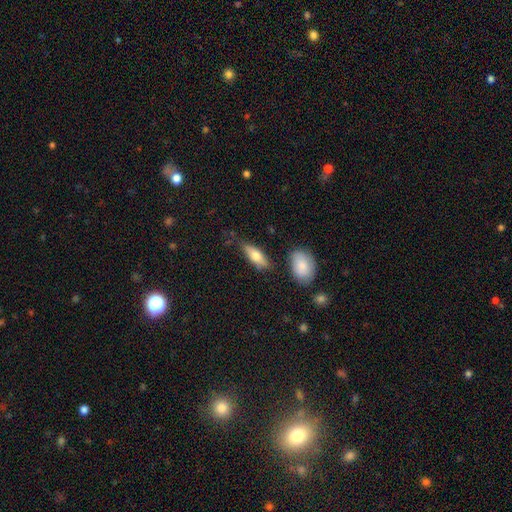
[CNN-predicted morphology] The model was most divided on "how rounded": in between: 66%, cigar-shaped: 31%, round: 3%. More confident: smooth or featured — smooth (70%); merging — none (69%).